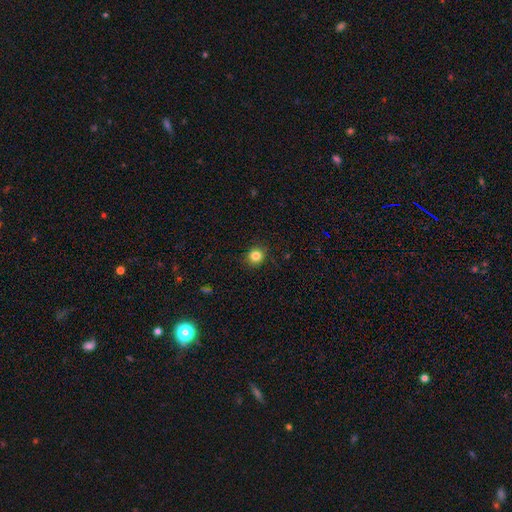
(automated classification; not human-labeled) Smooth or featured? Predicted: smooth (p=0.84). How rounded? Predicted: round (p=0.86). Merging? Predicted: none (p=0.90).